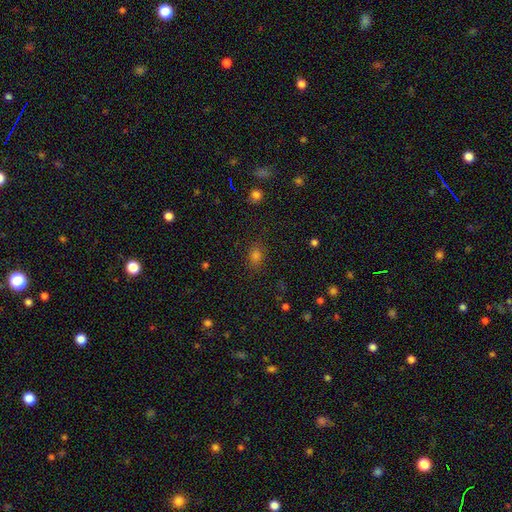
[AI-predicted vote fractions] Smooth or featured? smooth (70%)
How rounded? in between (64%)
Merging? none (82%)